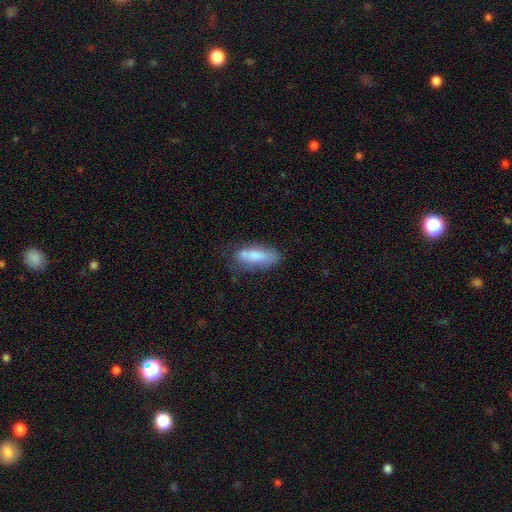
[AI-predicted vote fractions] The model was most divided on "how rounded": in between: 60%, cigar-shaped: 38%, round: 2%. More confident: smooth or featured — smooth (74%); merging — none (55%).